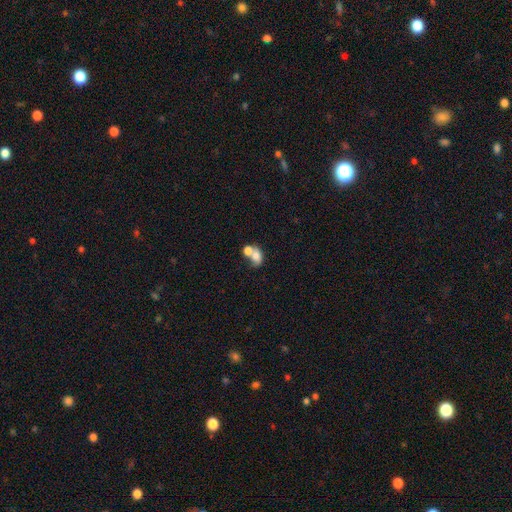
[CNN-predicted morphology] smooth_or_featured: smooth (p=0.72) [alt: featured or disk p=0.18]
how_rounded: in between (p=0.72) [alt: round p=0.27]
merging: merger (p=0.62) [alt: none p=0.23]